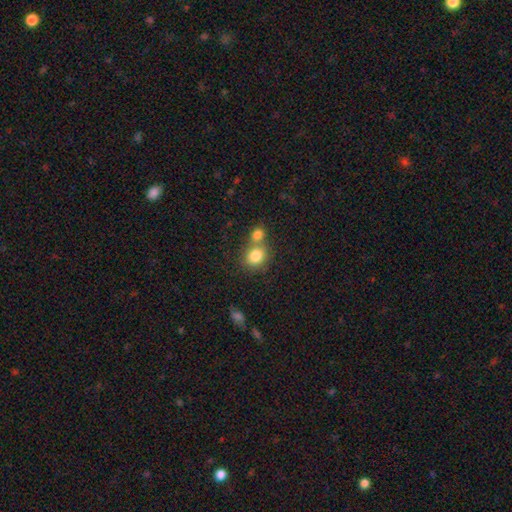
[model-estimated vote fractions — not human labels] smooth-or-featured: smooth: 82% | star or artifact: 10% | featured or disk: 8%
  how-rounded: round: 70% | in between: 29% | cigar-shaped: 1%
  merging: none: 46% | merger: 42% | minor disturbance: 9% | major disturbance: 3%